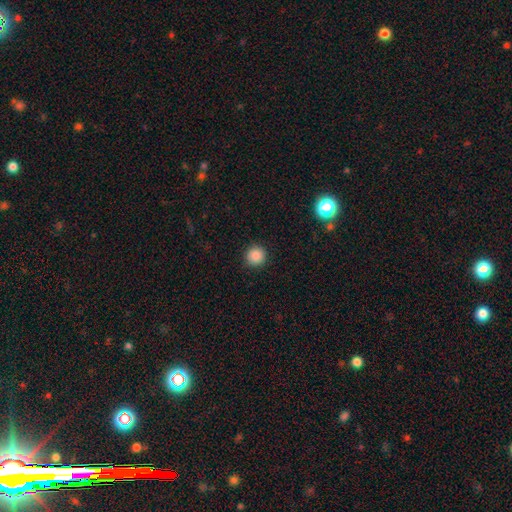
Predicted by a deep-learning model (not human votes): Smooth or featured: smooth — 86% (star or artifact — 10%)
How rounded: round — 94% (in between — 5%)
Merging: none — 91% (minor disturbance — 6%)